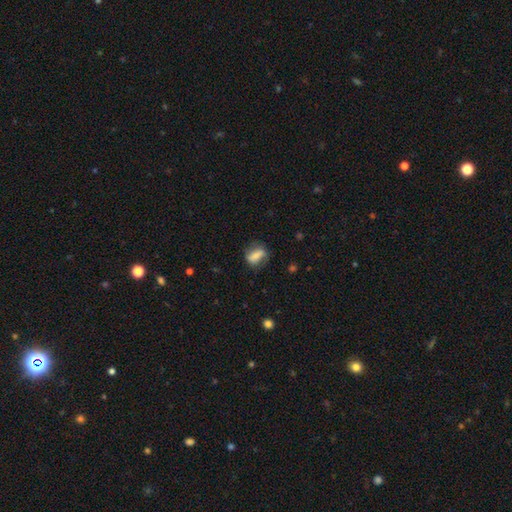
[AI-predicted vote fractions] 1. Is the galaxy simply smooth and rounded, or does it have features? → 63% smooth, 29% featured or disk, 8% star or artifact.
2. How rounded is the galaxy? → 67% in between, 21% round, 12% cigar-shaped.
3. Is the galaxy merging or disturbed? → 68% none, 21% minor disturbance, 9% major disturbance, 3% merger.